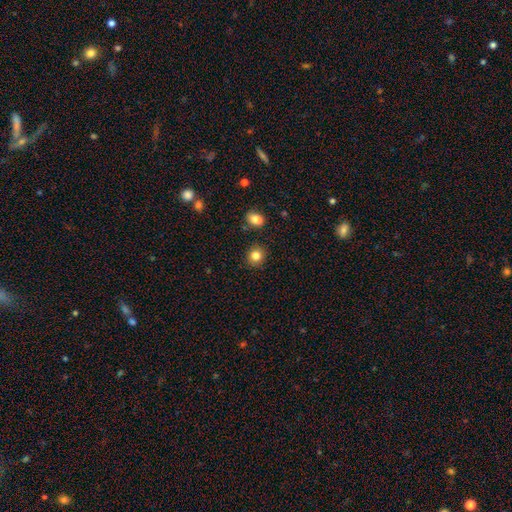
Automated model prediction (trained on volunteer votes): Smooth or featured: smooth — 83% (star or artifact — 11%)
How rounded: round — 84% (in between — 15%)
Merging: none — 88% (minor disturbance — 7%)